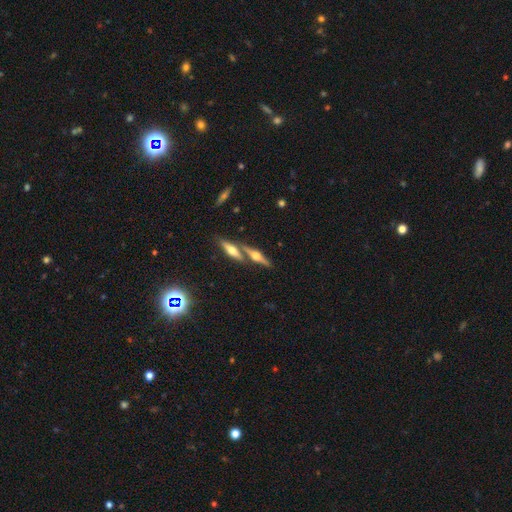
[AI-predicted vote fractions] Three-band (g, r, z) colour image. It shows a featured or disk galaxy (73%) viewed edge-on (96%) with a rounded central bulge (94%). Merging: none (67%).